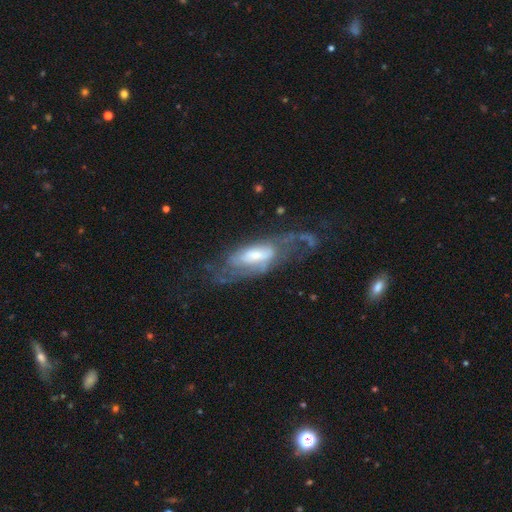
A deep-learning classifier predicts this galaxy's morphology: Smooth or featured: featured or disk — 73% (smooth — 20%)
Edge-on disk: no — 86% (yes — 14%)
Bar: no — 42% (weak — 41%)
Spiral arms: yes — 83% (no — 17%)
Spiral winding: medium — 41% (loose — 31%)
Spiral arm count: 2 — 46% (can't tell — 34%)
Bulge size: moderate — 40% (small — 32%)
Merging: none — 46% (major disturbance — 31%)